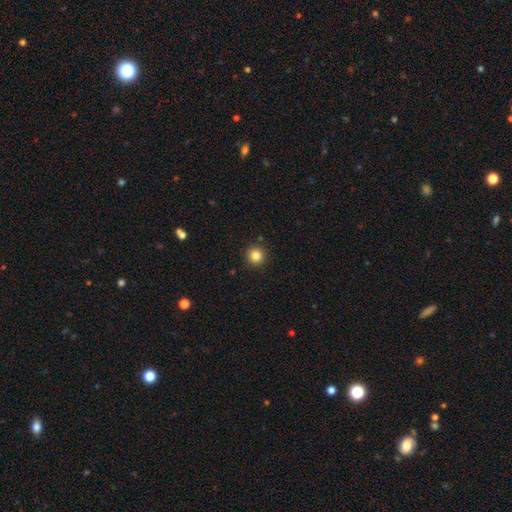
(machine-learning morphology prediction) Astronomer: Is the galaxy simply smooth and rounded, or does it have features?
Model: smooth — 84%.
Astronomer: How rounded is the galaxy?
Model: round — 95%.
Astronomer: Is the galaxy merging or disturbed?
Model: none — 91%.